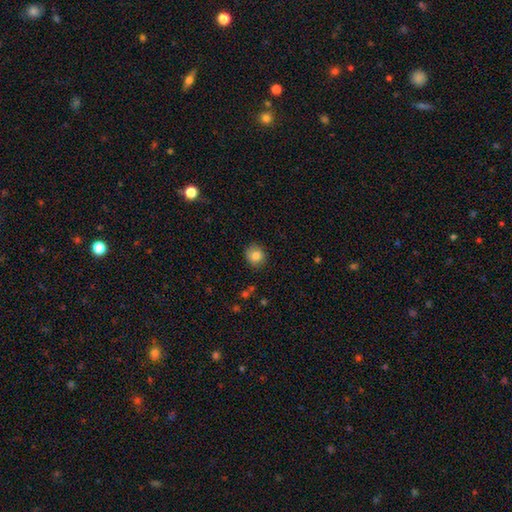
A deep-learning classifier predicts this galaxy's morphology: This is clearly a smooth galaxy (82%). How rounded: clearly round (81%). Merging: clearly none (86%).